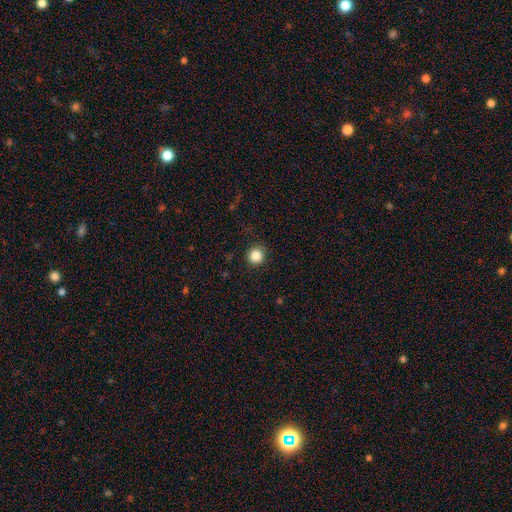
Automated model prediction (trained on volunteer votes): Q: Smooth or featured?
A: smooth (86%); runner-up: star or artifact (10%)
Q: How rounded?
A: round (94%); runner-up: in between (5%)
Q: Merging?
A: none (89%); runner-up: minor disturbance (8%)